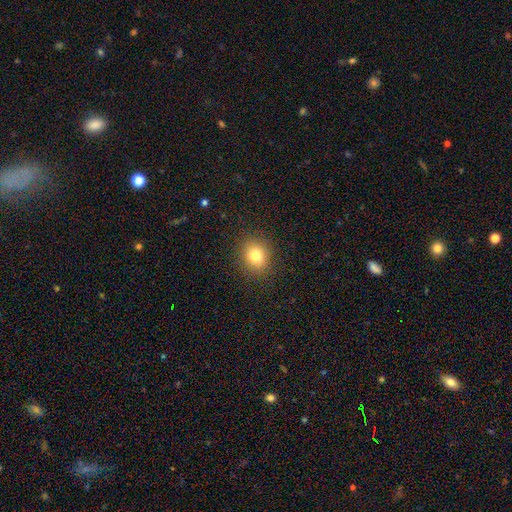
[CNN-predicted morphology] Smooth or featured? smooth (79%)
How rounded? round (70%)
Merging? none (89%)